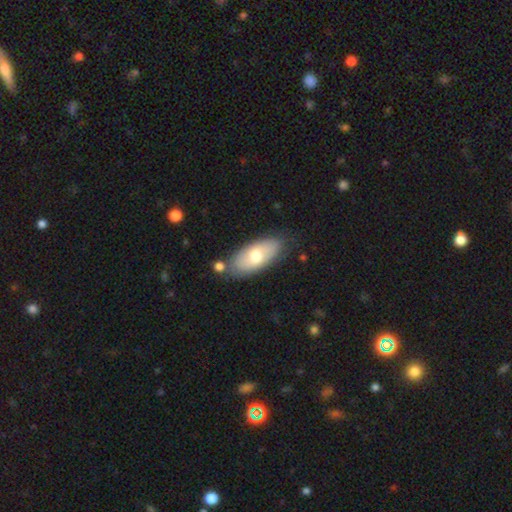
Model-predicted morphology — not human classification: Overall: smooth (65%; featured or disk 29%). How rounded: in between (86%). Merging: none (75%).